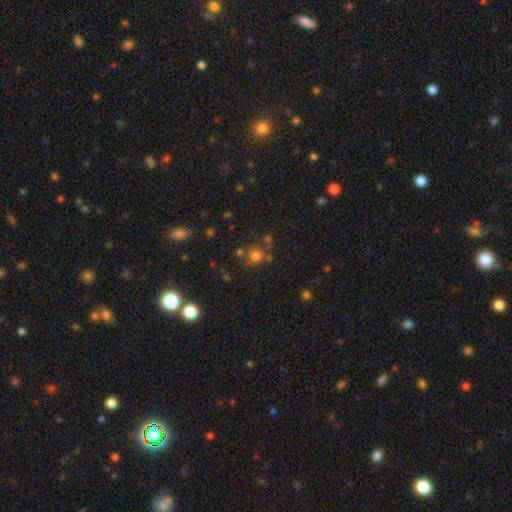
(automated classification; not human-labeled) This appears to be a smooth galaxy with no disk features (64%) that is round (81%). Merging: none (59%).